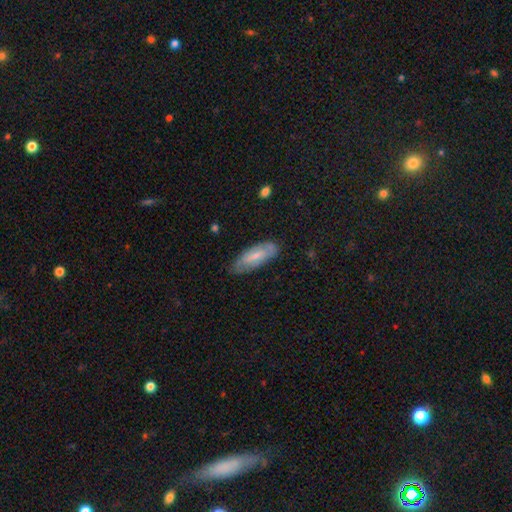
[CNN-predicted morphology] A smooth galaxy with no disk features (52%) that is in between round and cigar-shaped (70%). Merging: none (73%).